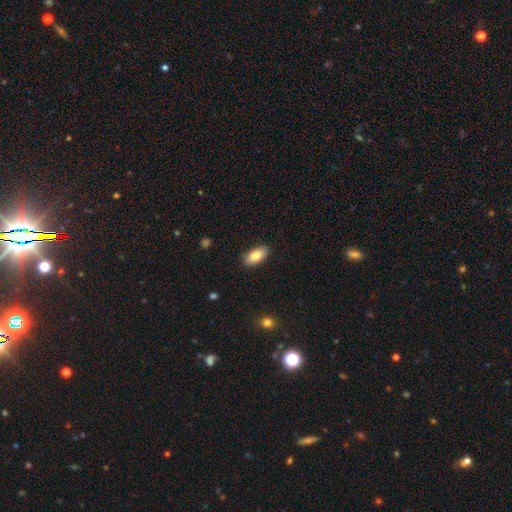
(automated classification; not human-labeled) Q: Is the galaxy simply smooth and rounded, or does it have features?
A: smooth — 82%.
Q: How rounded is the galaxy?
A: in between — 89%.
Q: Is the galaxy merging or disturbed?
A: none — 87%.